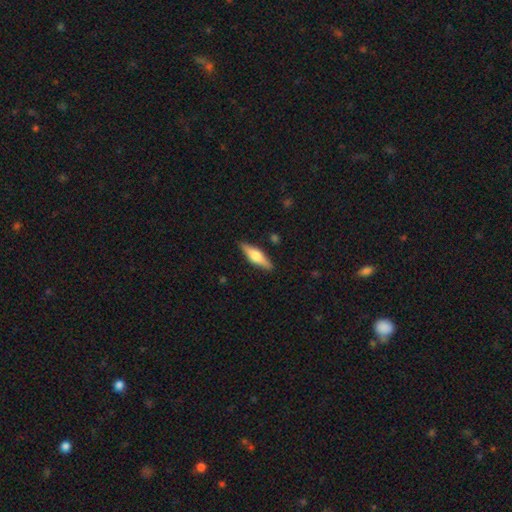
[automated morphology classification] This appears to be a featured or disk galaxy (50%). Merging: none (88%).